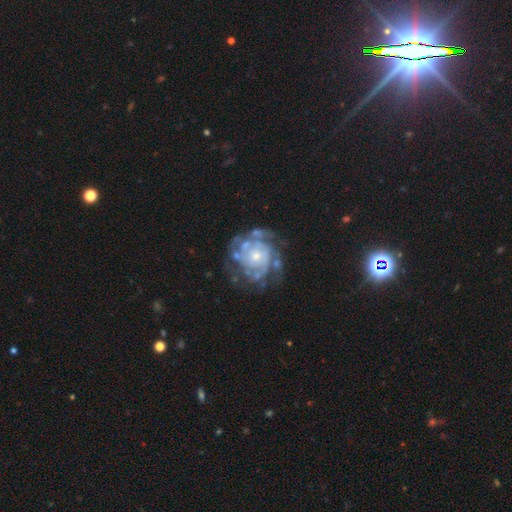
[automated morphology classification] Smooth or featured? Predicted: featured or disk (p=0.85). Edge-on disk? Predicted: no (p=0.98). Bar? Predicted: no (p=0.82). Spiral arms? Predicted: yes (p=0.86). Spiral winding? Predicted: tight (p=0.66). Spiral arm count? Predicted: can't tell (p=0.41). Bulge size? Predicted: small (p=0.57). Merging? Predicted: none (p=0.61).